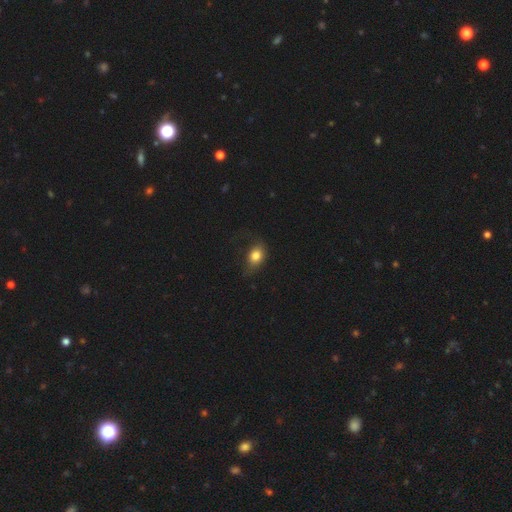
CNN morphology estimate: Smooth or featured? smooth (79%)
How rounded? in between (69%)
Merging? none (50%)